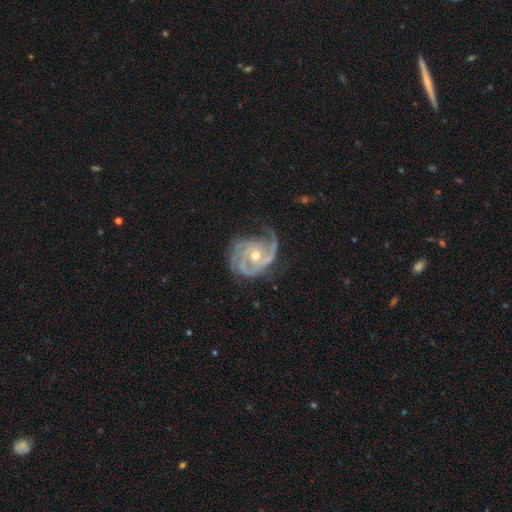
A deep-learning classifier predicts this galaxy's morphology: smooth-or-featured: featured or disk: 90% | star or artifact: 5% | smooth: 5%
  disk-edge-on: no: 98% | yes: 2%
    bar: no: 68% | weak: 25% | strong: 8%
    has-spiral-arms: yes: 97% | no: 3%
      spiral-winding: tight: 53% | medium: 37% | loose: 10%
      spiral-arm-count: 3: 42% | 2: 25% | can't tell: 14% | 4: 8% | 1: 6% | more than 4: 5%
    bulge-size: moderate: 61% | small: 35% | large: 2% | none: 1% | dominant: 1%
  merging: none: 58% | minor disturbance: 24% | major disturbance: 16% | merger: 2%